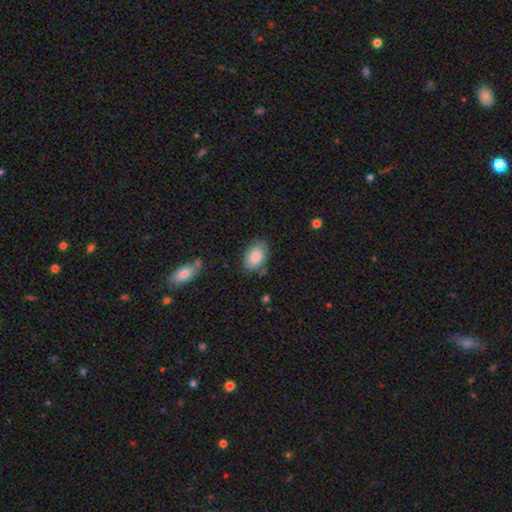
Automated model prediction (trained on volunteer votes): smooth-or-featured: smooth: 85% | featured or disk: 9% | star or artifact: 7%
  how-rounded: in between: 90% | round: 9% | cigar-shaped: 1%
  merging: none: 76% | minor disturbance: 17% | major disturbance: 4% | merger: 3%